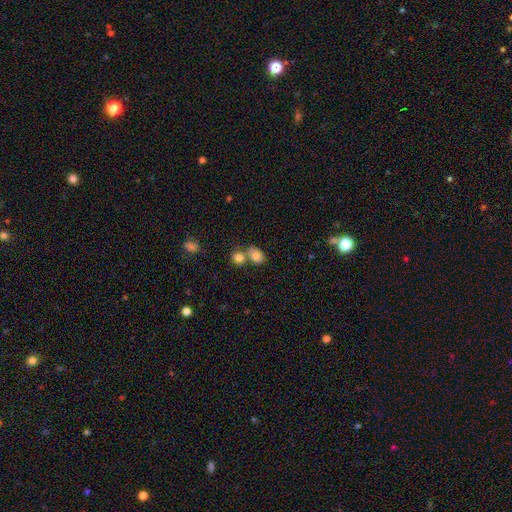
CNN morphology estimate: Smooth or featured?
  - smooth: 80% *
  - star or artifact: 10%
  - featured or disk: 10%
How rounded?
  - in between: 65% *
  - round: 34%
  - cigar-shaped: 1%
Merging?
  - none: 48% *
  - merger: 38%
  - minor disturbance: 11%
  - major disturbance: 4%